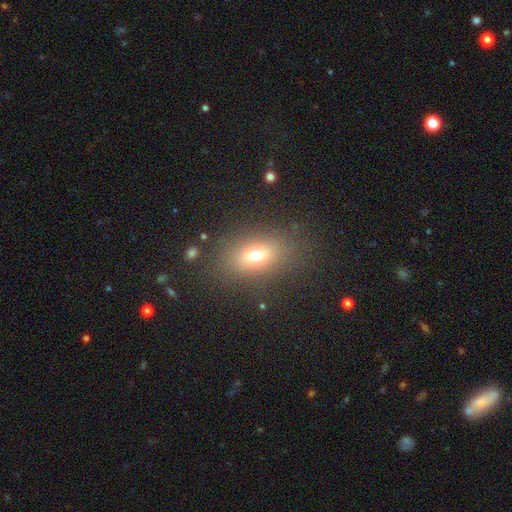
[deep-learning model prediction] A smooth galaxy with no disk features (69%) that is in between round and cigar-shaped (70%). Merging: none (81%).